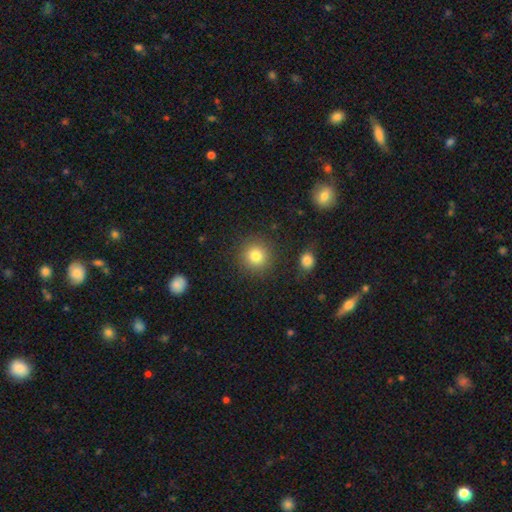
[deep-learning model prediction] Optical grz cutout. It shows a smooth galaxy with no disk features (82%) that is round (92%). Merging: none (87%).